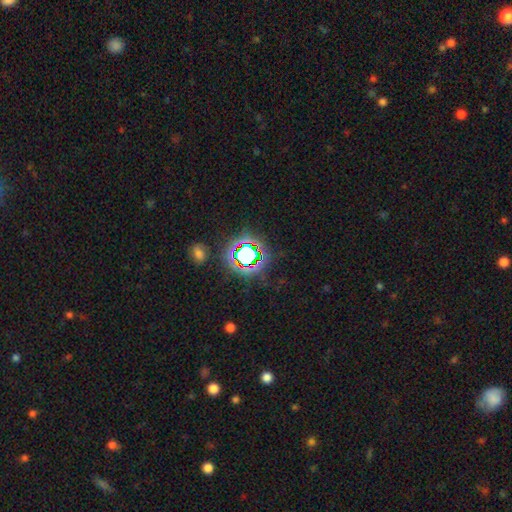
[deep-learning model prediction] star or artifact 69%, smooth 20%, featured or disk 11%.